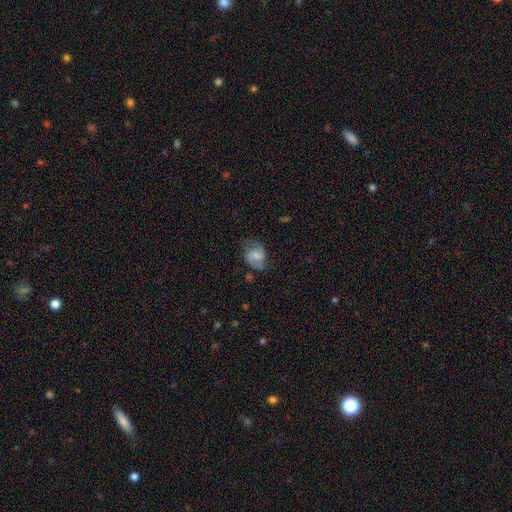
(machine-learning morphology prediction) A featured or disk galaxy (63%) with a weak bar (50%), 2 (83%) medium (49%) spiral arms (91%) and a small central bulge (39%).

Vote fractions:
- Smooth or featured? featured or disk: 63% / smooth: 30% / star or artifact: 8%
- Edge-on disk? no: 98% / yes: 2%
- Bar? weak: 50% / no: 36% / strong: 14%
- Spiral arms? yes: 91% / no: 9%
- Spiral winding? medium: 49% / loose: 31% / tight: 20%
- Spiral arm count? 2: 83% / can't tell: 7% / 1: 7% / 3: 1% / 4: 1% / more than 4: 1%
- Bulge size? small: 39% / moderate: 32% / none: 22% / large: 5% / dominant: 1%
- Merging? none: 61% / minor disturbance: 25% / major disturbance: 13% / merger: 2%